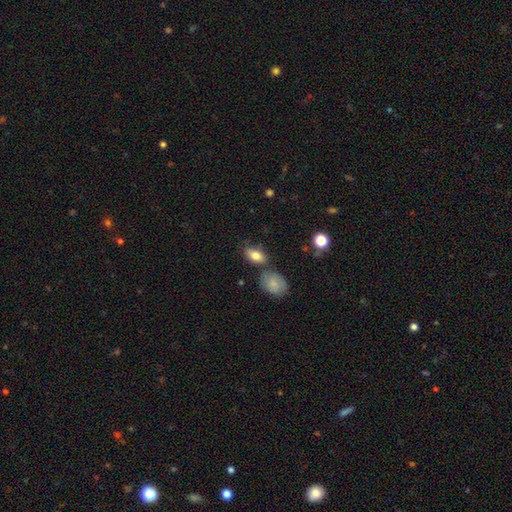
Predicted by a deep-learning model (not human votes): Morphology: type=smooth (82%); roundness=in between (89%); merging=none (70%).